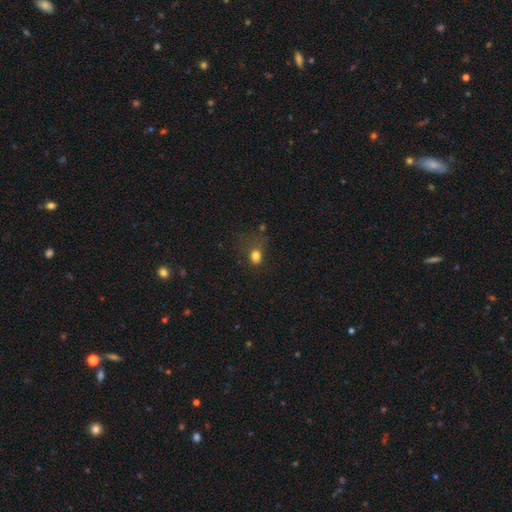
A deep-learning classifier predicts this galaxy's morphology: Smooth or featured?
  - smooth: 77% *
  - star or artifact: 15%
  - featured or disk: 8%
How rounded?
  - round: 53% *
  - in between: 45%
  - cigar-shaped: 1%
Merging?
  - none: 47% *
  - minor disturbance: 25%
  - major disturbance: 24%
  - merger: 4%